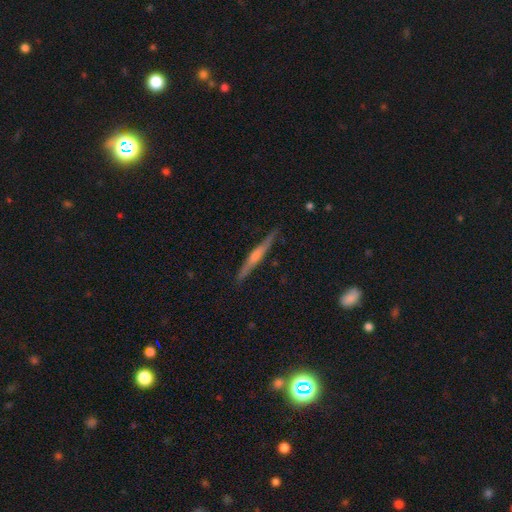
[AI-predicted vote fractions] Smooth or featured? featured or disk (74%)
Edge-on disk? yes (97%)
Edge-on bulge? rounded (76%)
Merging? none (89%)